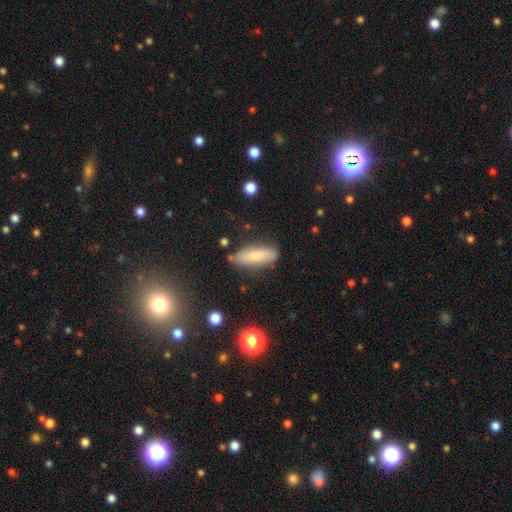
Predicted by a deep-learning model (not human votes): smooth-or-featured: smooth: 76% | featured or disk: 17% | star or artifact: 8%
  how-rounded: in between: 52% | cigar-shaped: 45% | round: 2%
  merging: none: 79% | minor disturbance: 15% | major disturbance: 3% | merger: 3%